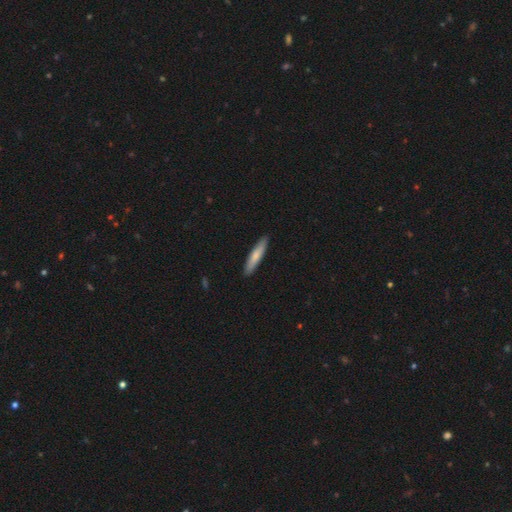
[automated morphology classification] Smooth or featured? Predicted: smooth (p=0.75). How rounded? Predicted: cigar-shaped (p=0.88). Merging? Predicted: none (p=0.91).